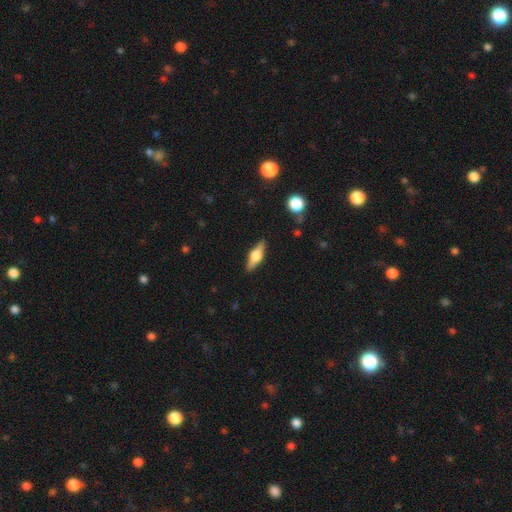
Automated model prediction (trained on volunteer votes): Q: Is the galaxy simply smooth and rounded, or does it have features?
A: featured or disk — 54%.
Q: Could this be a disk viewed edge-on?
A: yes — 93%.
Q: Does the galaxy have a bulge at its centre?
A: rounded — 91%.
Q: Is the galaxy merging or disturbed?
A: none — 88%.